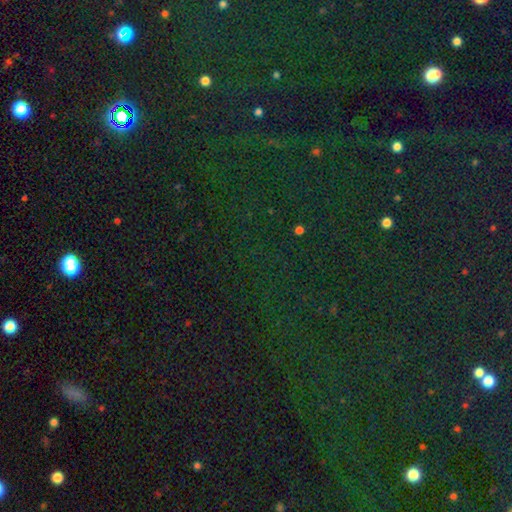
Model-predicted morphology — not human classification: The model was most divided on "smooth or featured": star or artifact: 81%, smooth: 12%, featured or disk: 7%.